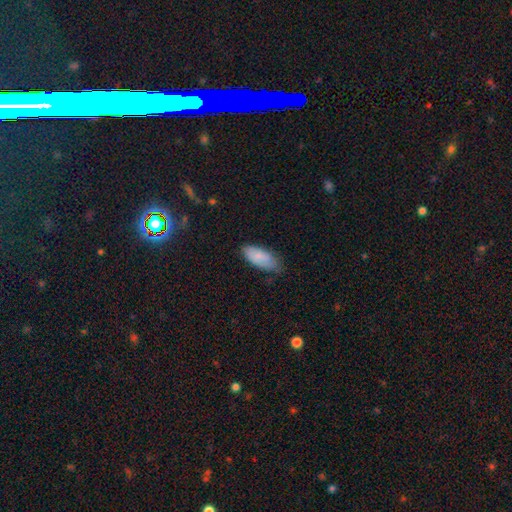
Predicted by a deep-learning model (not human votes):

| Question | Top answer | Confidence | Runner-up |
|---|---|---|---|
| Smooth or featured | smooth | 79% | featured or disk (14%) |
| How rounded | in between | 85% | cigar-shaped (13%) |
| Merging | none | 69% | minor disturbance (26%) |